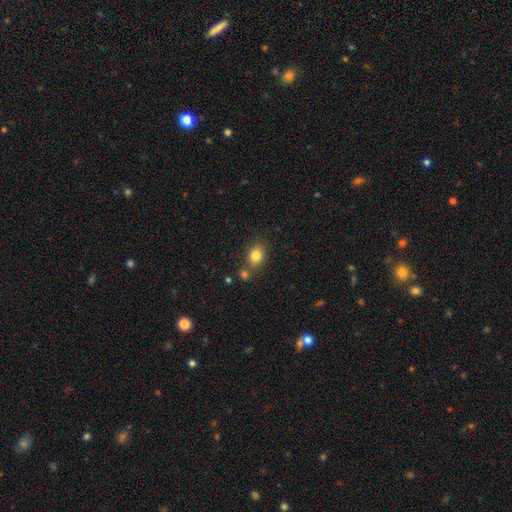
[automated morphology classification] smooth 81%, star or artifact 10%, featured or disk 8%. Down the decision tree: how rounded — in between (62%); merging — none (66%).